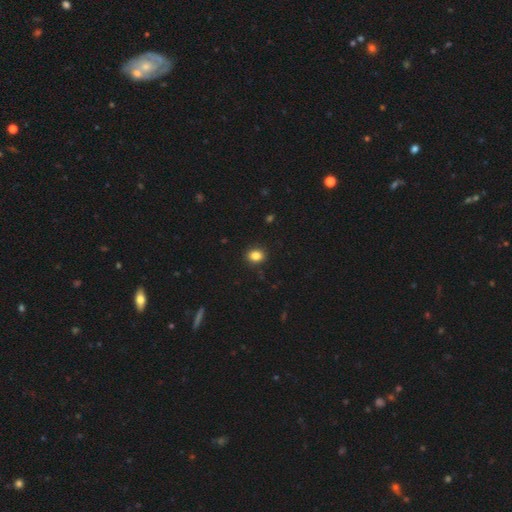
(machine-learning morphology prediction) Q: Smooth or featured?
A: smooth (85%); runner-up: star or artifact (10%)
Q: How rounded?
A: round (57%); runner-up: in between (42%)
Q: Merging?
A: none (90%); runner-up: minor disturbance (7%)